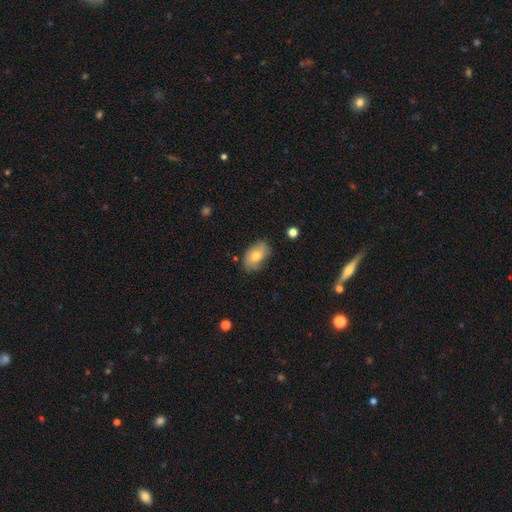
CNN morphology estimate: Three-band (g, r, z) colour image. It shows a smooth galaxy with no disk features (70%) that is in between round and cigar-shaped (90%). Merging: none (73%).